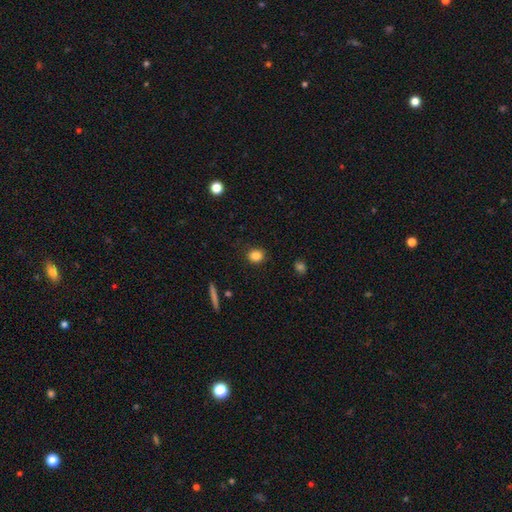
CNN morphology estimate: smooth 86%, star or artifact 10%, featured or disk 4%. Down the decision tree: how rounded — round (68%); merging — none (86%).